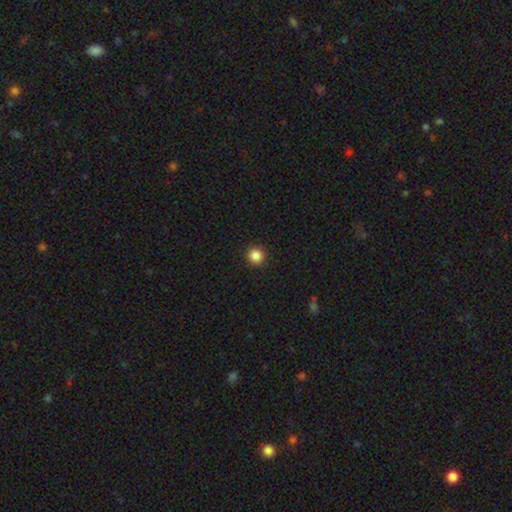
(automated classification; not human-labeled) Smooth or featured? smooth (86%)
How rounded? round (95%)
Merging? none (93%)